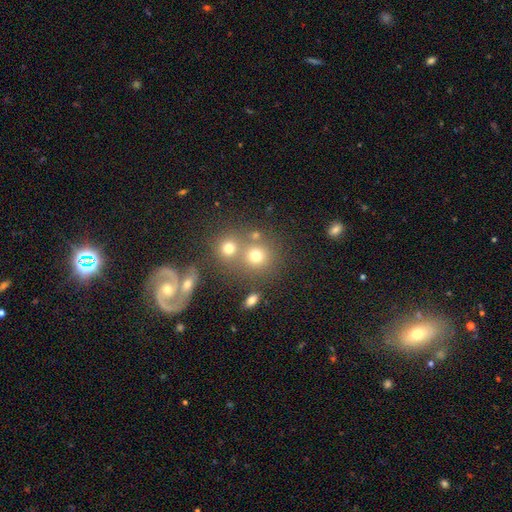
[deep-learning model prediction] This appears to be a smooth galaxy with no disk features (72%) that is round (85%). Merging: none (58%).